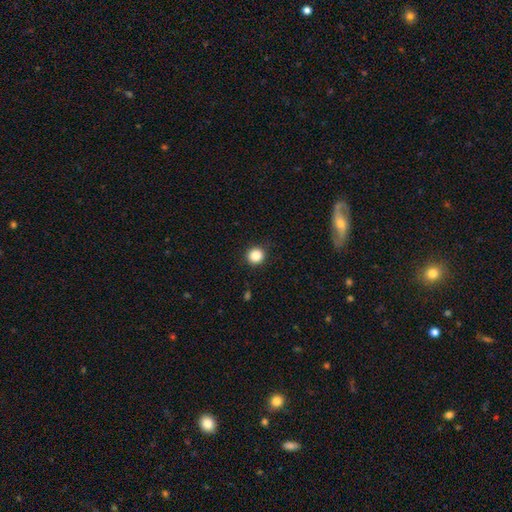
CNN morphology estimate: A smooth galaxy with no disk features (86%) that is round (93%).

Vote fractions:
- Smooth or featured? smooth: 86% / star or artifact: 11% / featured or disk: 4%
- How rounded? round: 93% / in between: 6% / cigar-shaped: 1%
- Merging? none: 91% / minor disturbance: 6% / major disturbance: 2% / merger: 1%